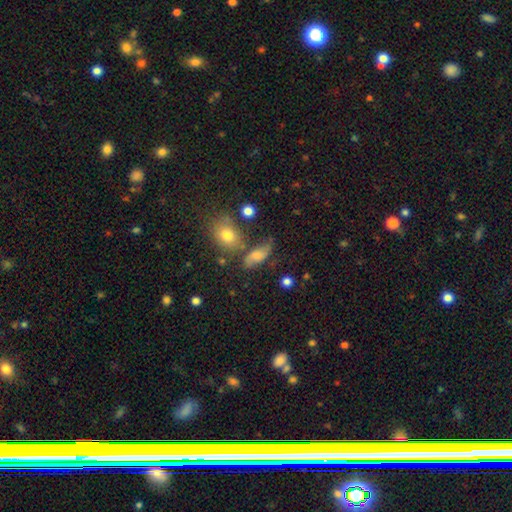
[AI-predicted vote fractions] The model was most divided on "smooth or featured": smooth: 53%, featured or disk: 34%, star or artifact: 13%. Remaining: how rounded — in between (78%); merging — none (48%).